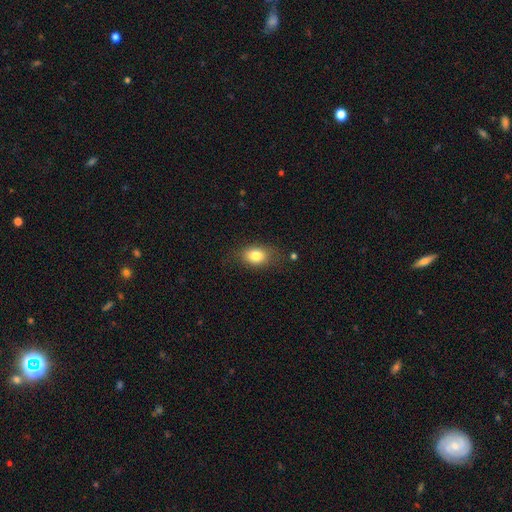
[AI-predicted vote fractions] smooth_or_featured: smooth (p=0.81) [alt: featured or disk p=0.10]
how_rounded: in between (p=0.72) [alt: round p=0.26]
merging: none (p=0.75) [alt: minor disturbance p=0.18]